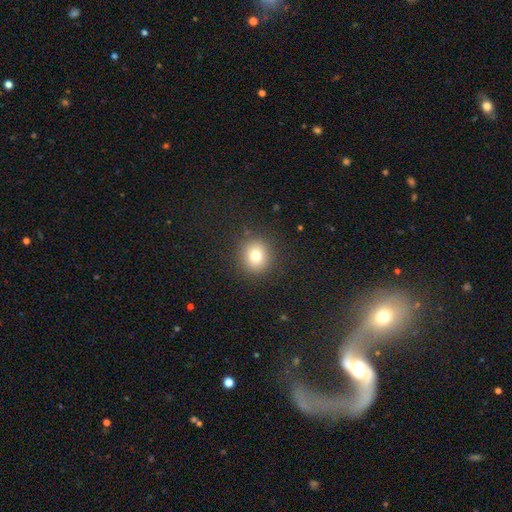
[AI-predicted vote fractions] This appears to be a smooth galaxy with no disk features (77%) that is round (89%). Merging: none (89%).